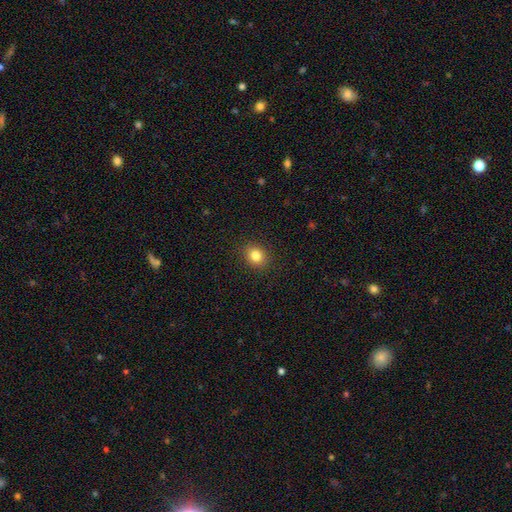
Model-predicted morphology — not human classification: Smooth or featured: smooth — 82% (star or artifact — 11%)
How rounded: round — 71% (in between — 28%)
Merging: none — 90% (minor disturbance — 7%)